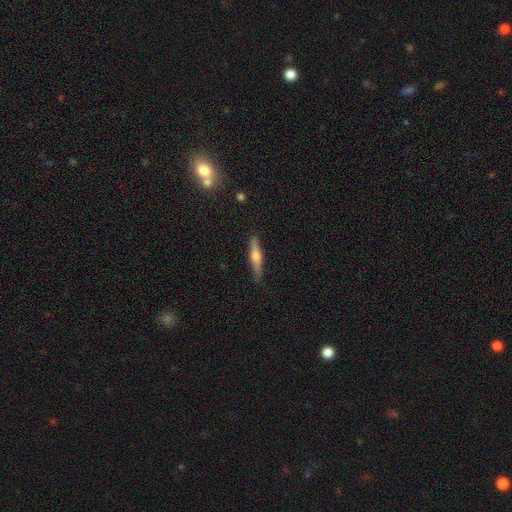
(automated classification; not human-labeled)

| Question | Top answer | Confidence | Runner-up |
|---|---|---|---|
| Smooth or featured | featured or disk | 58% | smooth (35%) |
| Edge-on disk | yes | 96% | no (4%) |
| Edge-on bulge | rounded | 86% | boxy (9%) |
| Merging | none | 87% | minor disturbance (10%) |